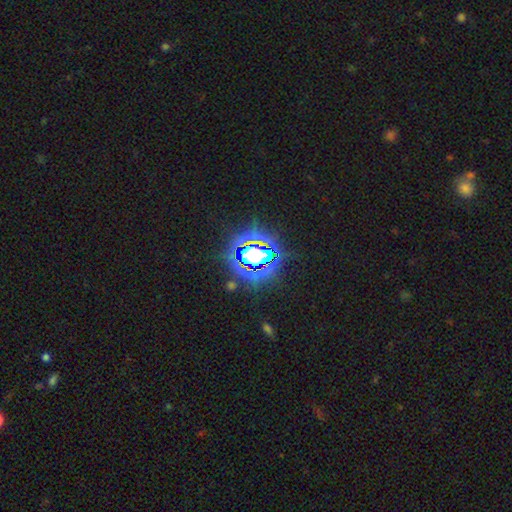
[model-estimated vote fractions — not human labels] star or artifact 80%, smooth 12%, featured or disk 8%.